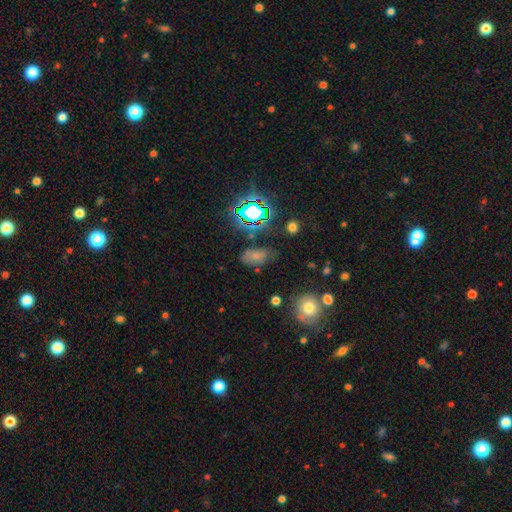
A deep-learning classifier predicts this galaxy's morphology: This is possibly a smooth galaxy (59%). How rounded: clearly in between (87%). Merging: likely none (62%).